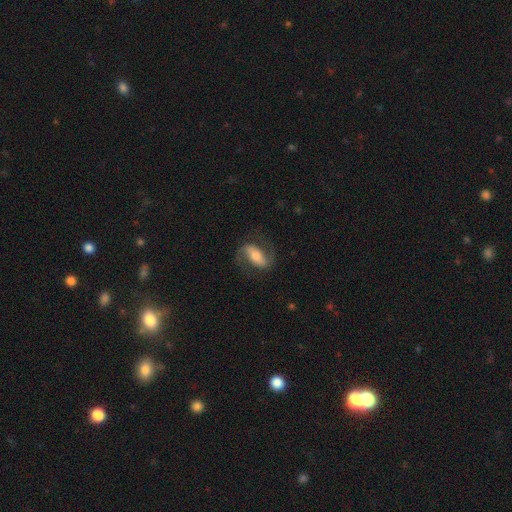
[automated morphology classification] A featured or disk galaxy (71%) with a strong bar (50%), 2 (90%) medium (47%) spiral arms (91%) and a moderate central bulge (49%).

Vote fractions:
- Smooth or featured? featured or disk: 71% / smooth: 23% / star or artifact: 6%
- Edge-on disk? no: 94% / yes: 6%
- Bar? strong: 50% / weak: 29% / no: 21%
- Spiral arms? yes: 91% / no: 9%
- Spiral winding? medium: 47% / loose: 36% / tight: 17%
- Spiral arm count? 2: 90% / can't tell: 4% / 1: 3% / 3: 1% / 4: 1% / more than 4: 1%
- Bulge size? moderate: 49% / small: 24% / large: 19% / none: 4% / dominant: 3%
- Merging? none: 73% / minor disturbance: 15% / major disturbance: 11% / merger: 1%